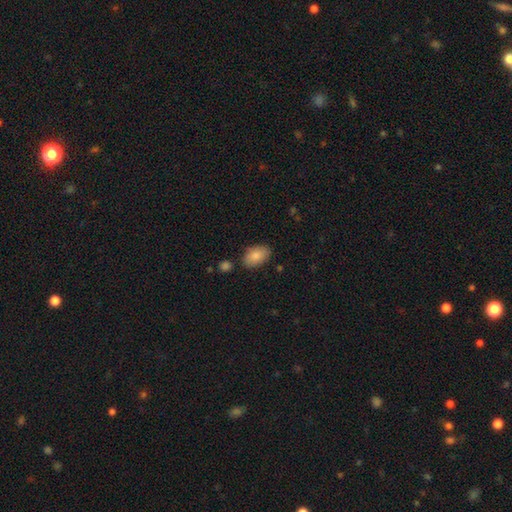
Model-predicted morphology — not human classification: A smooth galaxy with no disk features (86%) that is in between round and cigar-shaped (92%).

Vote fractions:
- Smooth or featured? smooth: 86% / featured or disk: 8% / star or artifact: 6%
- How rounded? in between: 92% / round: 6% / cigar-shaped: 1%
- Merging? none: 81% / minor disturbance: 13% / merger: 3% / major disturbance: 3%